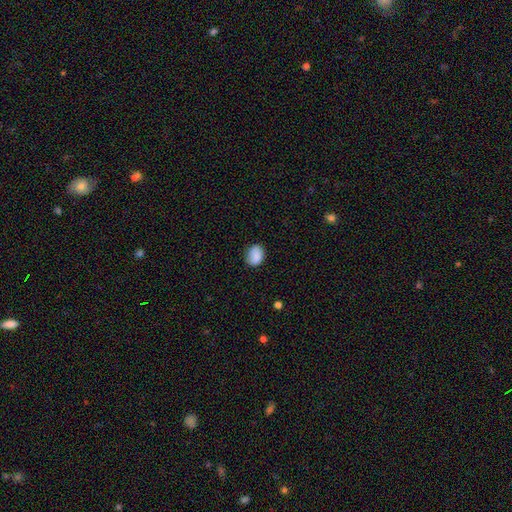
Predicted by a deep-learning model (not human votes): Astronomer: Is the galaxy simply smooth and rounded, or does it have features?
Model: smooth — 87%.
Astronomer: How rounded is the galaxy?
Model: in between — 64%.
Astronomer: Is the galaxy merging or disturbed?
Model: none — 78%.